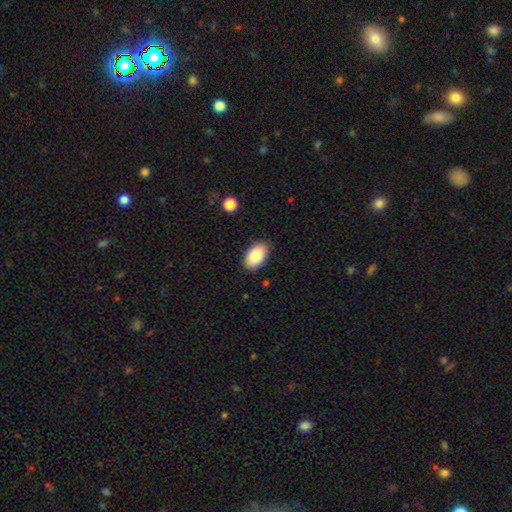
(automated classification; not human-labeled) A smooth galaxy with no disk features (84%) that is in between round and cigar-shaped (93%). Merging: none (84%).